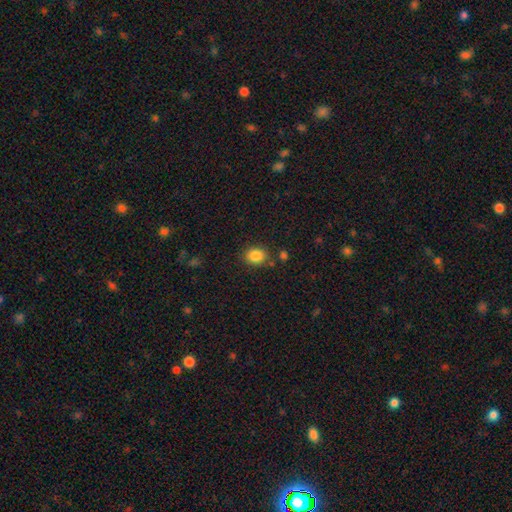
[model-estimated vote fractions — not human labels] smooth_or_featured: smooth (p=0.85) [alt: star or artifact p=0.10]
how_rounded: round (p=0.56) [alt: in between p=0.43]
merging: none (p=0.81) [alt: minor disturbance p=0.11]